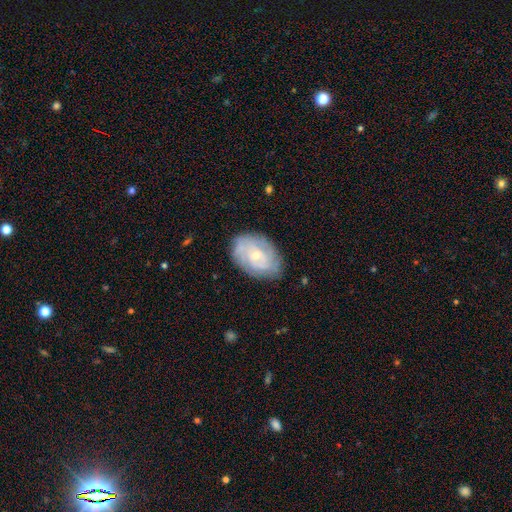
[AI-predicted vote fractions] featured or disk 71%, smooth 23%, star or artifact 6%. Down the decision tree: edge-on disk — no (96%); bar — no (69%); spiral arms — yes (85%); spiral arm count — can't tell (49%); spiral winding — tight (63%); bulge size — small (66%); merging — none (76%).